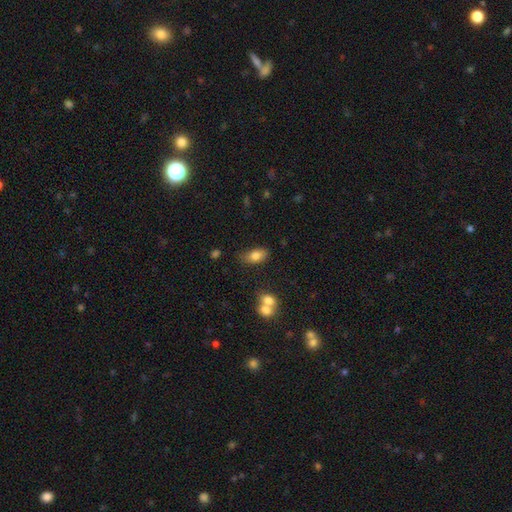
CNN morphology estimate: Smooth or featured? smooth (80%)
How rounded? in between (89%)
Merging? none (72%)